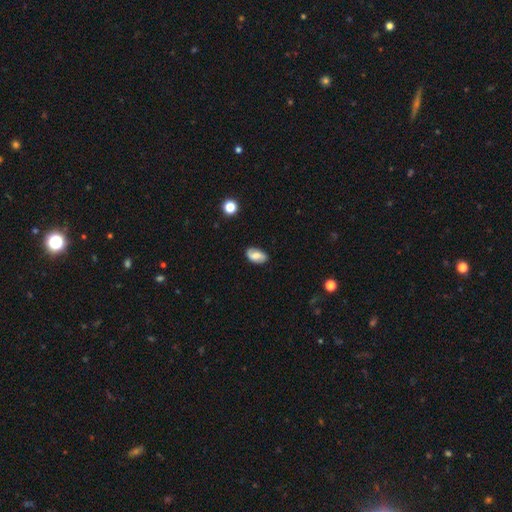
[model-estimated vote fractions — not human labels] A smooth galaxy with no disk features (54%) that is in between round and cigar-shaped (91%). Merging: none (77%).